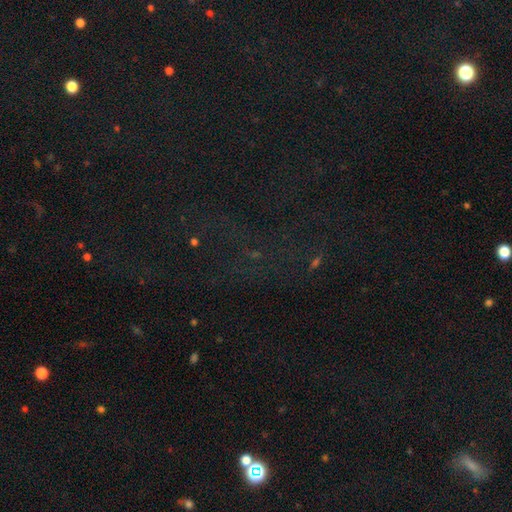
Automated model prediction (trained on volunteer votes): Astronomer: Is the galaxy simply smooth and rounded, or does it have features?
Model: star or artifact — 71%.